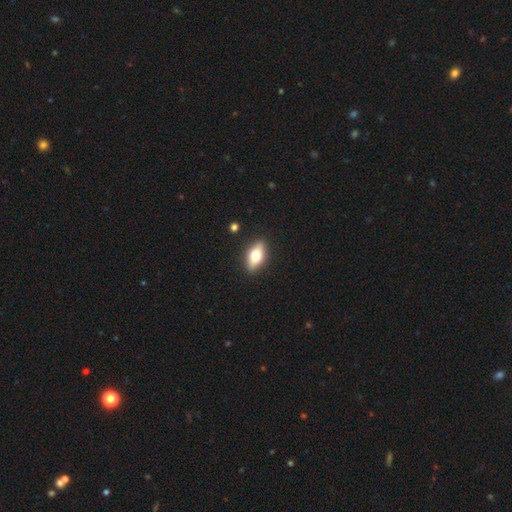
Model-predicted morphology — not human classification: type=smooth (64%); roundness=in between (83%); merging=none (89%).